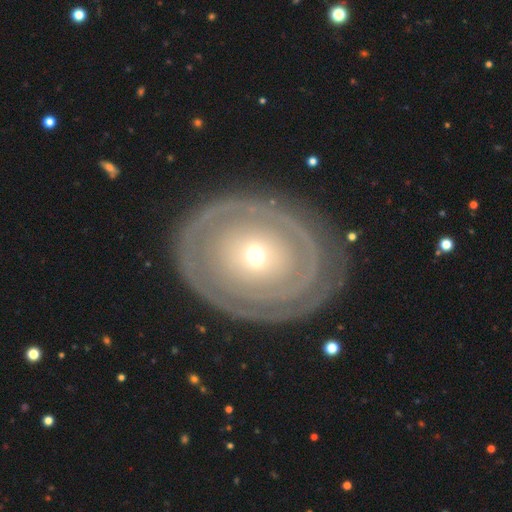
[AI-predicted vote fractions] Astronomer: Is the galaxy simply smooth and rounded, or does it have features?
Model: featured or disk — 74%.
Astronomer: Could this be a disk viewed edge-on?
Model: no — 95%.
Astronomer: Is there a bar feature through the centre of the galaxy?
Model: no — 84%.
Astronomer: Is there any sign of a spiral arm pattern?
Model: yes — 57% (runner-up: no, 43%).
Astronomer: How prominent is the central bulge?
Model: small — 55% (runner-up: moderate, 39%).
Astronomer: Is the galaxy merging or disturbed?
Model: none — 80%.